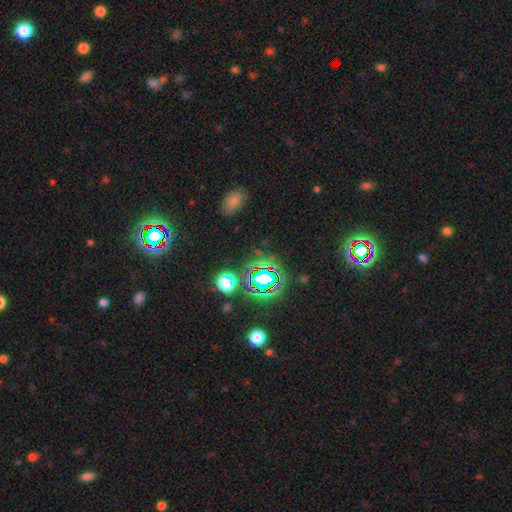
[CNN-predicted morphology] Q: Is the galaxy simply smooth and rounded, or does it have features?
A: star or artifact — 75%.